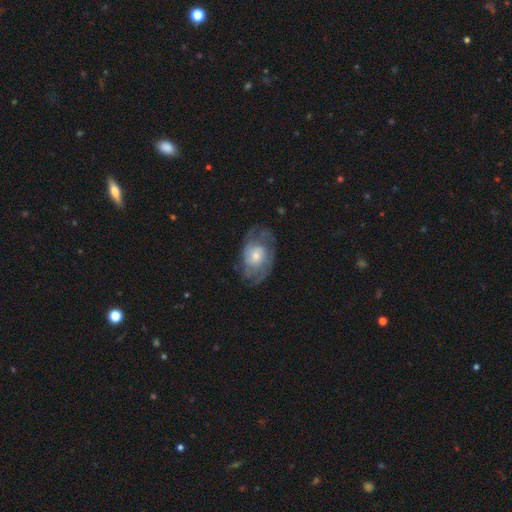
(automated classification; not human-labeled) This is likely a featured or disk galaxy (66%). It is clearly not viewed edge-on (95%). Bar: likely no (75%). Spiral arm pattern: likely yes (77%). Central bulge: possibly moderate (46%). Merging: possibly none (58%).